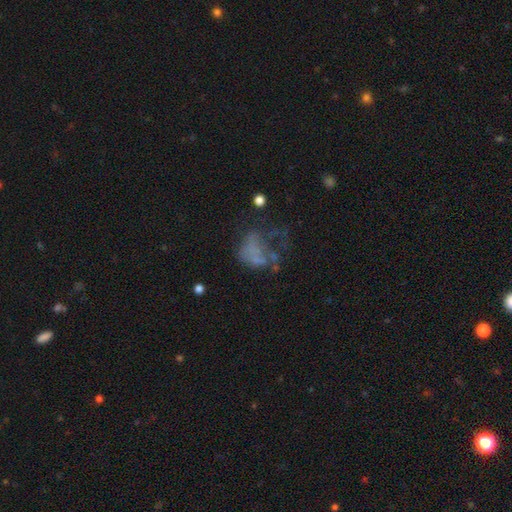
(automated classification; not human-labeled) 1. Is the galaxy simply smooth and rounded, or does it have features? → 45% featured or disk, 35% smooth, 20% star or artifact.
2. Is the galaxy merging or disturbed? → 46% major disturbance, 26% none, 17% minor disturbance, 11% merger.